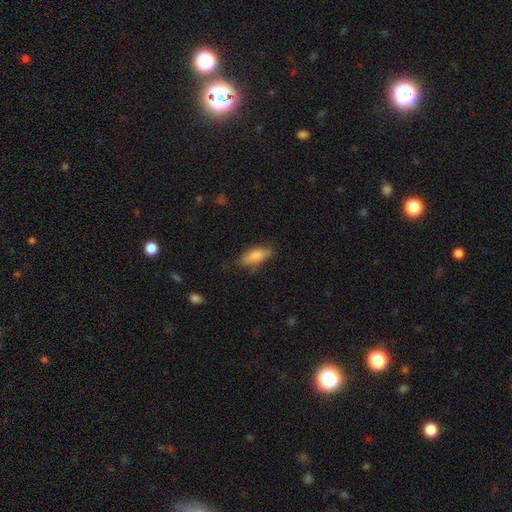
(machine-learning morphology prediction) Smooth or featured? smooth (78%)
How rounded? in between (76%)
Merging? none (64%)